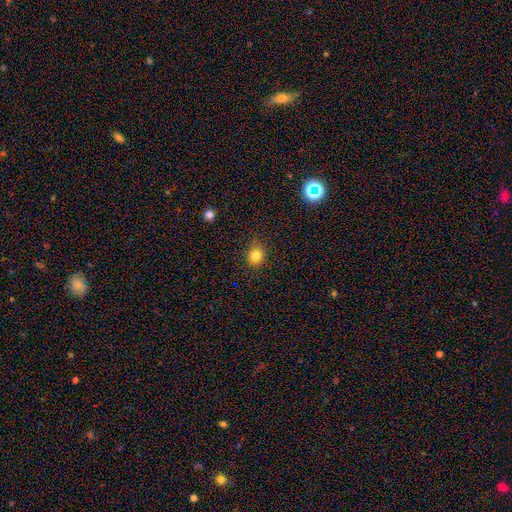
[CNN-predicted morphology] Smooth or featured? smooth (80%)
How rounded? round (68%)
Merging? none (80%)